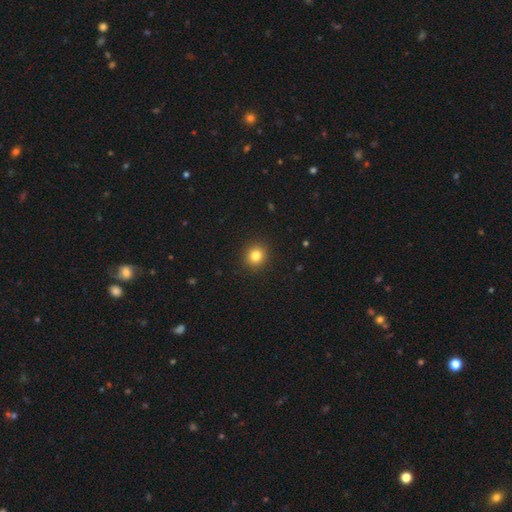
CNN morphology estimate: type=smooth (82%); roundness=round (88%); merging=none (92%).